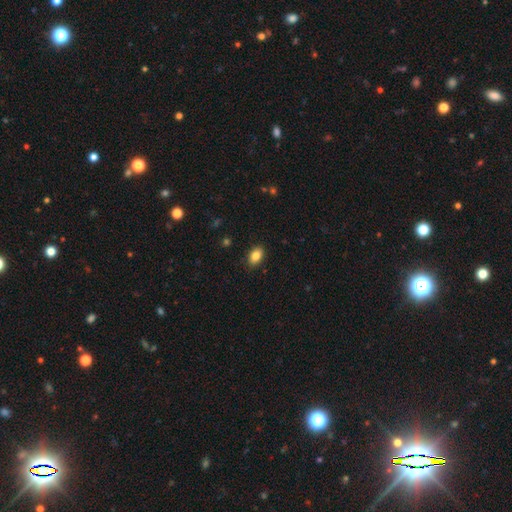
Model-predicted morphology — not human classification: Overall: smooth (86%). How rounded: in between (87%). Merging: none (88%).